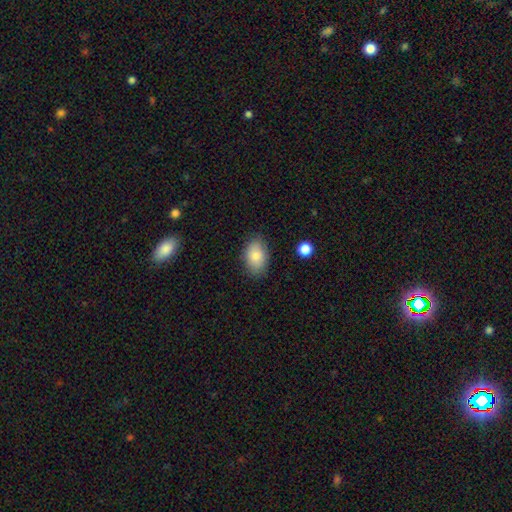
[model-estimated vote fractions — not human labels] The model was most divided on "merging": none: 81%, minor disturbance: 14%, major disturbance: 3%, merger: 1%. More confident: how rounded — in between (86%); smooth or featured — smooth (80%).